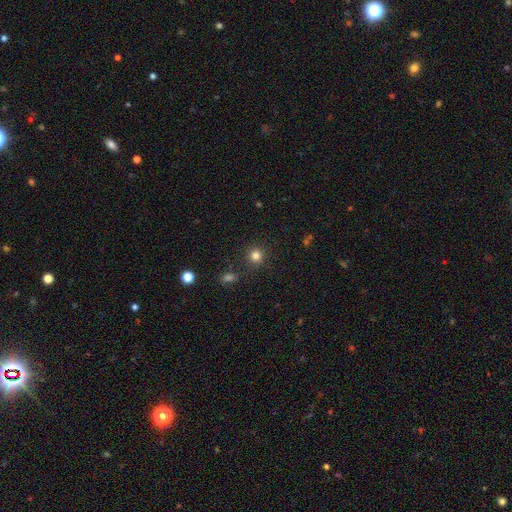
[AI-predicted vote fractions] This appears to be a smooth galaxy with no disk features (82%) that is round (93%). Merging: none (89%).